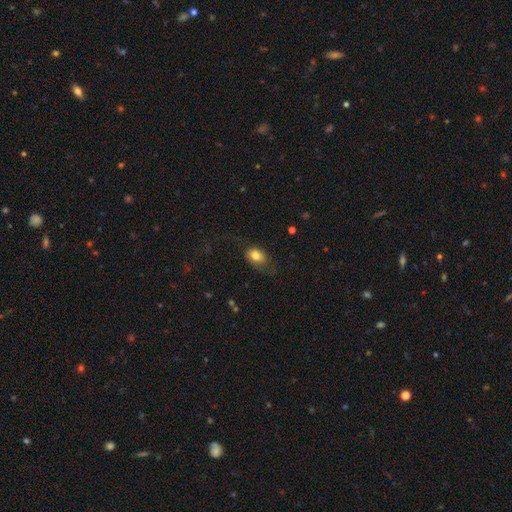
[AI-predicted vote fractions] Smooth or featured? smooth (79%)
How rounded? in between (77%)
Merging? none (56%)